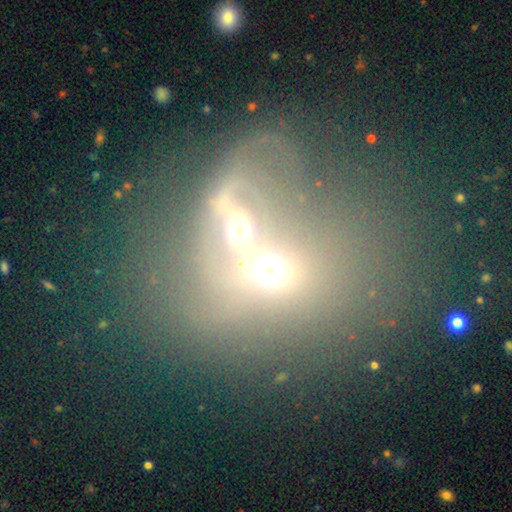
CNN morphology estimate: Smooth or featured? featured or disk (44%)
Merging? merger (76%)